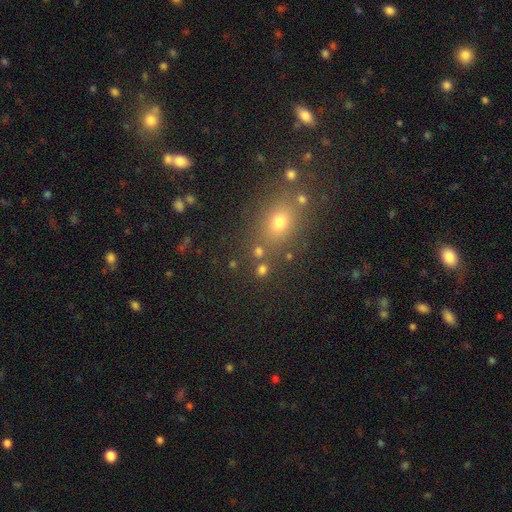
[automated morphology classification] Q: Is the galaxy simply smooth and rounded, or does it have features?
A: smooth — 49%.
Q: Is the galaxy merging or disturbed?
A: none — 75%.